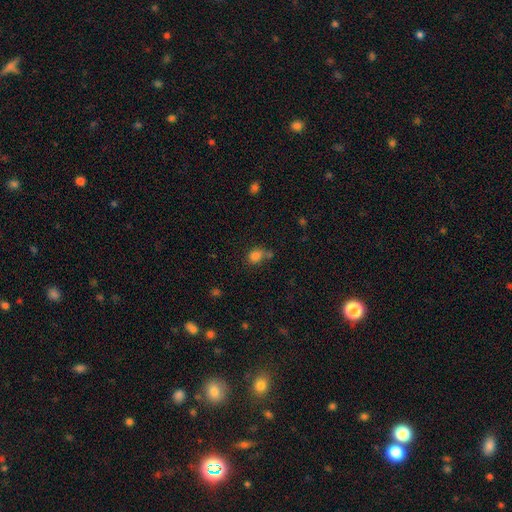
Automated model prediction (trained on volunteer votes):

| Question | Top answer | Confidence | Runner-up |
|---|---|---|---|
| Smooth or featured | smooth | 82% | star or artifact (12%) |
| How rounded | in between | 57% | round (42%) |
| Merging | none | 49% | merger (24%) |